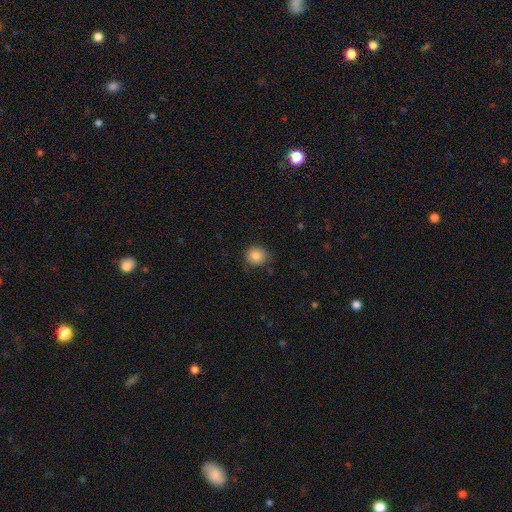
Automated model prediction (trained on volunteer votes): Morphology: type=smooth (85%); roundness=round (85%); merging=none (78%).